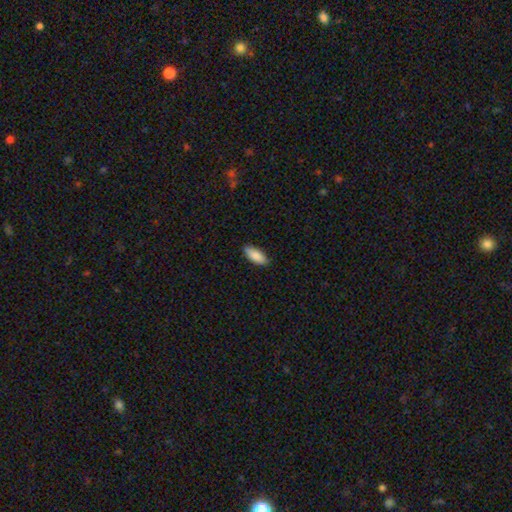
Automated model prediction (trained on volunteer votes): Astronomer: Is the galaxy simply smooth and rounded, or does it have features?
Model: smooth — 89%.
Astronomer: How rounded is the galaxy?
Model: in between — 81%.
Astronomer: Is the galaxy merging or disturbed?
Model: none — 85%.